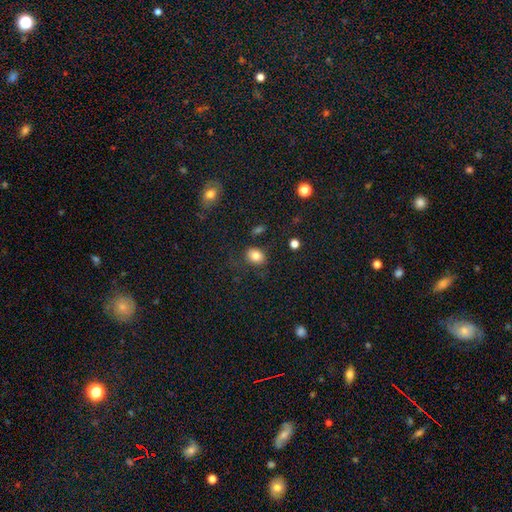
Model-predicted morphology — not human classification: type=smooth (82%); roundness=in between (50%); merging=none (76%).